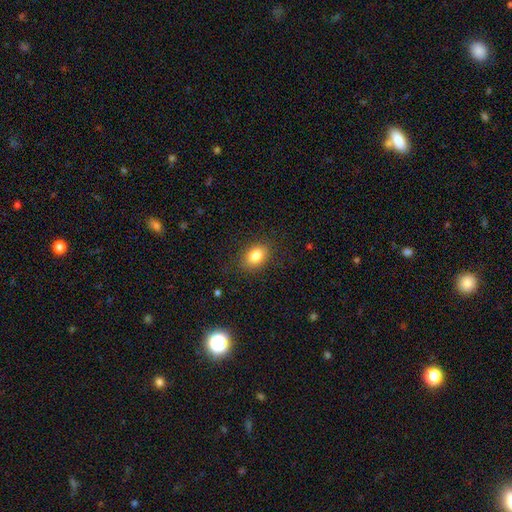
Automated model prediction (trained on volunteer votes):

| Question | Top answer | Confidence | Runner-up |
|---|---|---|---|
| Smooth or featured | smooth | 84% | star or artifact (9%) |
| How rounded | in between | 75% | round (23%) |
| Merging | none | 85% | minor disturbance (10%) |